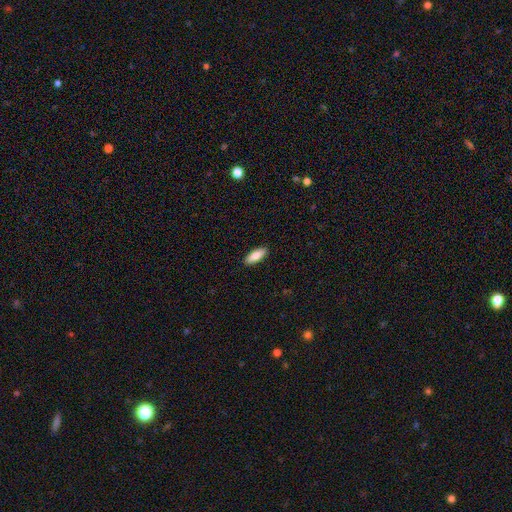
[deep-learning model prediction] Smooth or featured: smooth — 82% (featured or disk — 12%)
How rounded: in between — 68% (cigar-shaped — 30%)
Merging: none — 90% (minor disturbance — 7%)